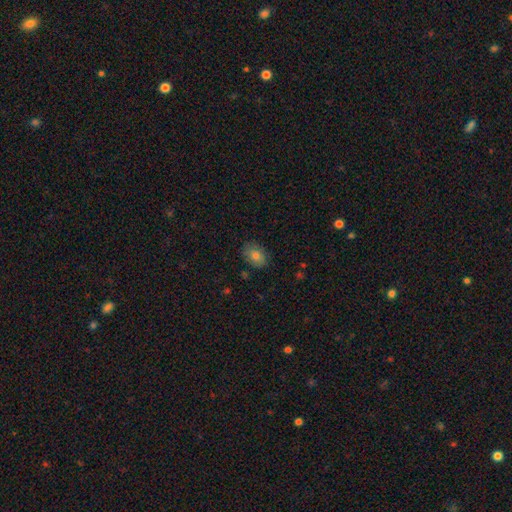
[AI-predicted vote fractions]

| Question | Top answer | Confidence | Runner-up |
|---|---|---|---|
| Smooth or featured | smooth | 80% | featured or disk (10%) |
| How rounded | in between | 75% | round (24%) |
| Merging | none | 81% | minor disturbance (15%) |